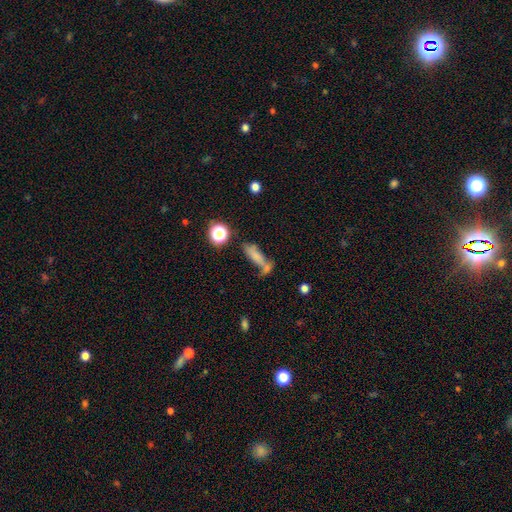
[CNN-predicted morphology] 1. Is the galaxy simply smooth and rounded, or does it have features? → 66% smooth, 18% featured or disk, 16% star or artifact.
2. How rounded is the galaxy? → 51% cigar-shaped, 42% in between, 8% round.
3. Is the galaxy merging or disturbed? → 37% none, 34% merger, 16% minor disturbance, 12% major disturbance.